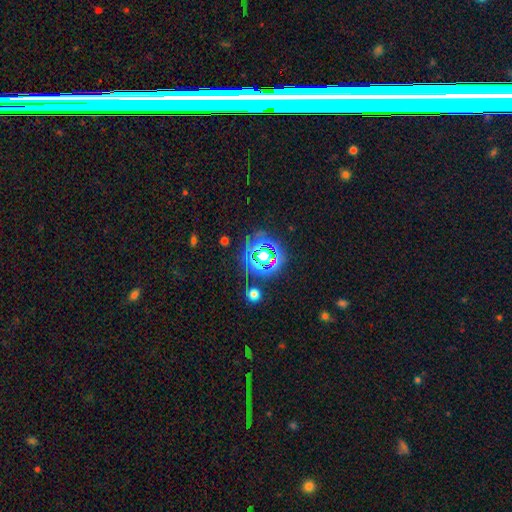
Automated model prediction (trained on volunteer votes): Smooth or featured? star or artifact (59%)